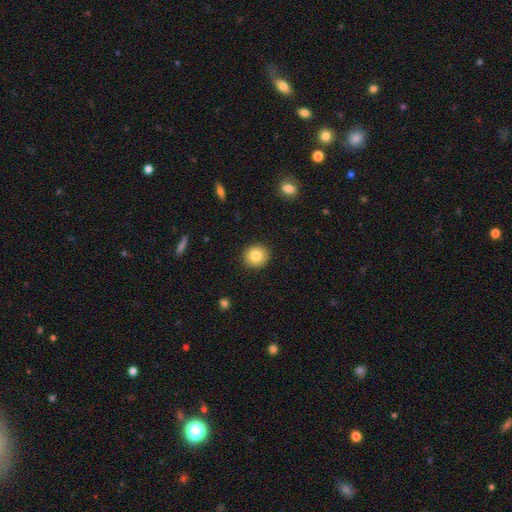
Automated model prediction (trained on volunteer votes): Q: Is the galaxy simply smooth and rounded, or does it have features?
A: smooth — 82%.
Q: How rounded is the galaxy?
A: round — 88%.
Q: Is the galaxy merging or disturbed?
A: none — 91%.